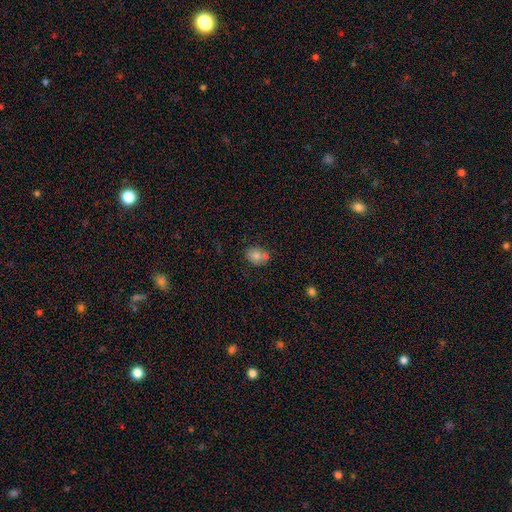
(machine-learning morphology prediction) Q: Smooth or featured?
A: smooth (76%); runner-up: featured or disk (14%)
Q: How rounded?
A: in between (57%); runner-up: round (42%)
Q: Merging?
A: none (56%); runner-up: merger (23%)